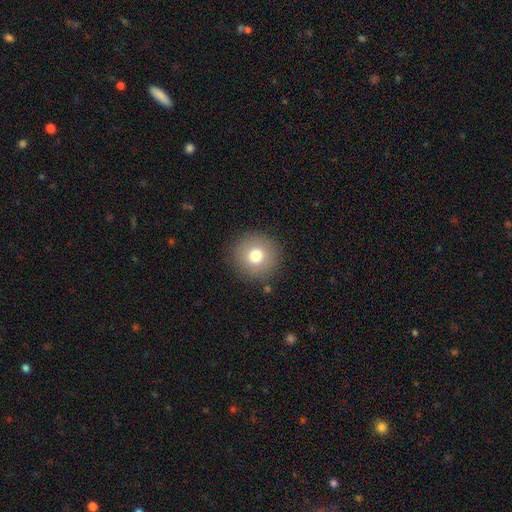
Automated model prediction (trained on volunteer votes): Overall: smooth (77%). How rounded: round (95%). Merging: none (89%).